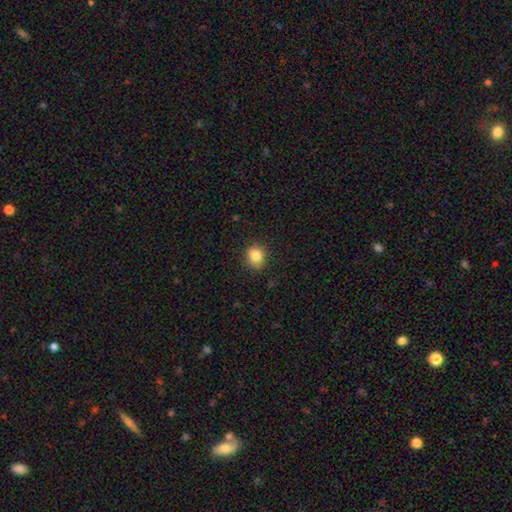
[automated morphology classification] Smooth or featured: smooth — 85% (star or artifact — 10%)
How rounded: round — 66% (in between — 33%)
Merging: none — 85% (minor disturbance — 12%)